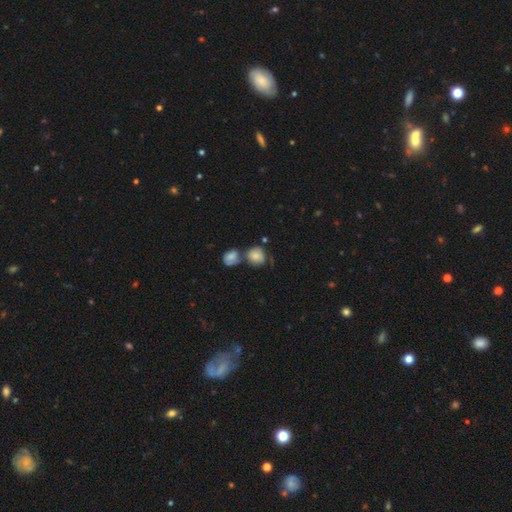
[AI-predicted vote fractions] Smooth or featured? smooth (76%)
How rounded? round (80%)
Merging? none (41%)